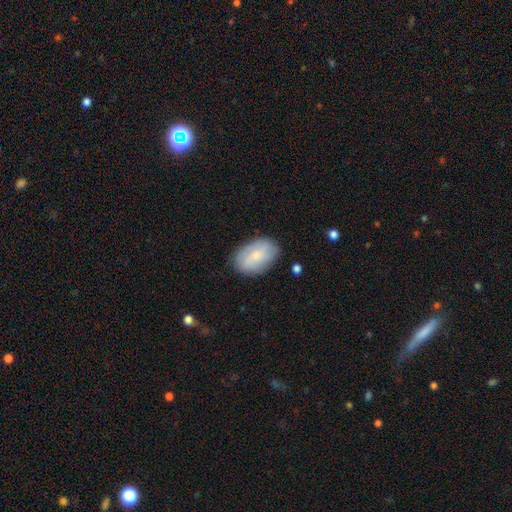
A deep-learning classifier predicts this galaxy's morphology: Smooth or featured? smooth (66%)
How rounded? in between (89%)
Merging? none (82%)